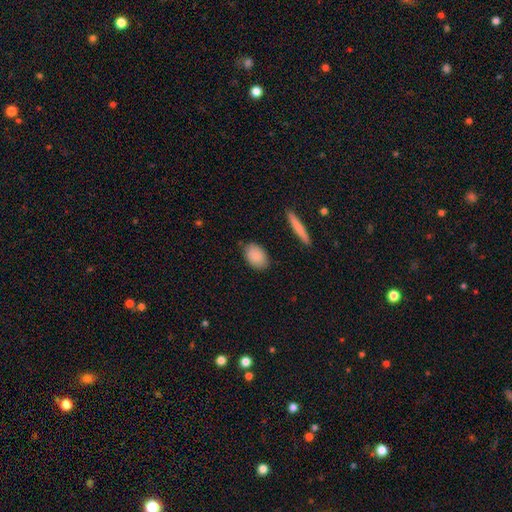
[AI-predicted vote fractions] Smooth or featured? Predicted: smooth (p=0.88). How rounded? Predicted: in between (p=0.86). Merging? Predicted: none (p=0.84).